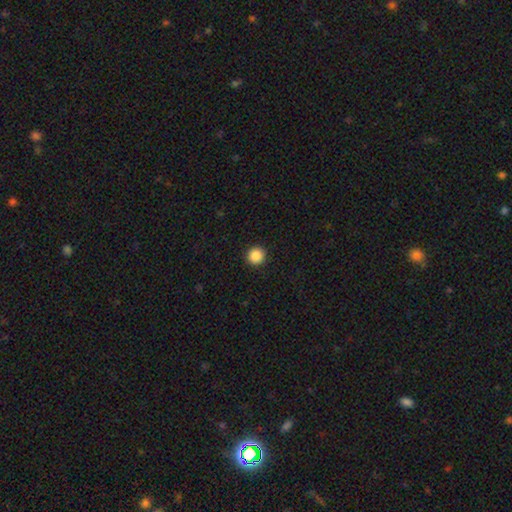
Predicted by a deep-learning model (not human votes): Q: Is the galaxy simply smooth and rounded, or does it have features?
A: smooth — 88%.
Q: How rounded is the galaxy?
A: round — 95%.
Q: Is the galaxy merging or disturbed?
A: none — 93%.